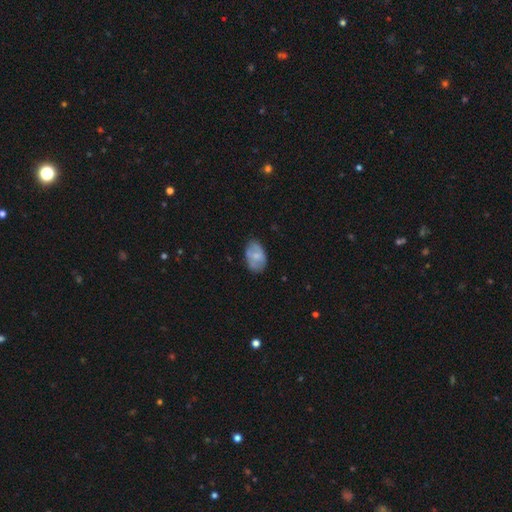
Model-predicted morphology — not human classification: Smooth or featured: smooth — 64% (featured or disk — 29%)
How rounded: in between — 89% (round — 10%)
Merging: none — 70% (minor disturbance — 22%)